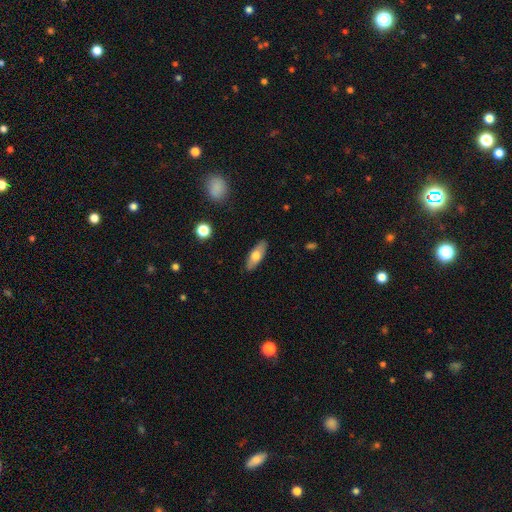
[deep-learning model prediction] smooth 65%, featured or disk 29%, star or artifact 6%. Down the decision tree: how rounded — in between (67%); merging — none (88%).